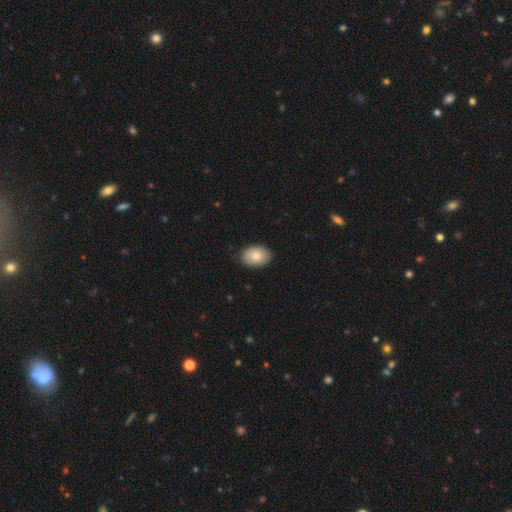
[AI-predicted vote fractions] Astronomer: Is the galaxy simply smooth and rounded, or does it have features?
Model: smooth — 84%.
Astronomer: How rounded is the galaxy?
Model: in between — 80%.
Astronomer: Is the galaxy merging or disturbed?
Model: none — 88%.